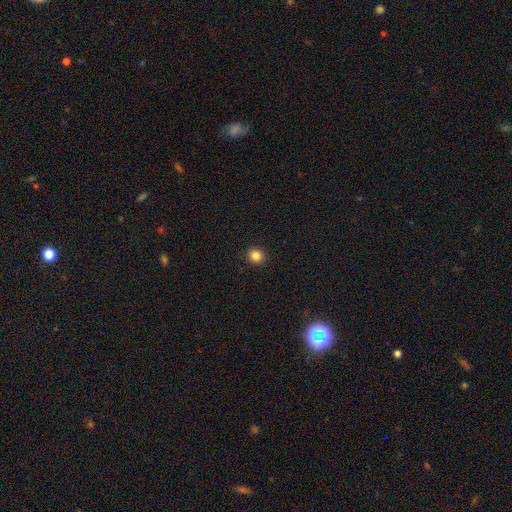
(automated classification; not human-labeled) A smooth galaxy with no disk features (85%) that is round (89%).

Vote fractions:
- Smooth or featured? smooth: 85% / star or artifact: 12% / featured or disk: 4%
- How rounded? round: 89% / in between: 10% / cigar-shaped: 1%
- Merging? none: 93% / minor disturbance: 5% / major disturbance: 2% / merger: 1%